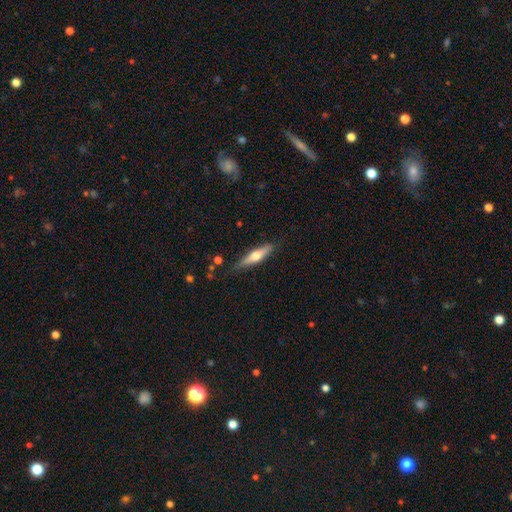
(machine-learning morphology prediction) smooth 48%, featured or disk 46%, star or artifact 6%. Down the decision tree: merging — none (81%).